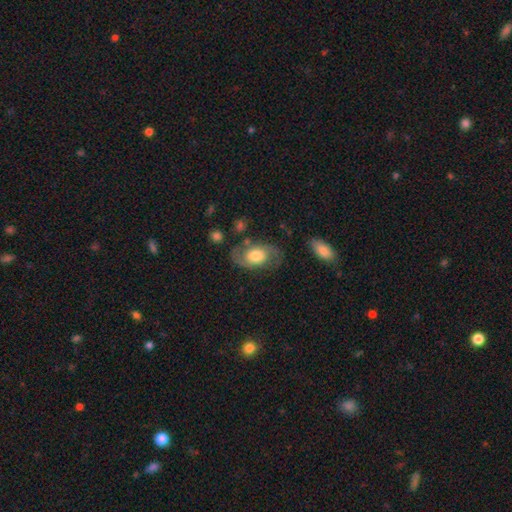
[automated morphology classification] Smooth or featured?
  - featured or disk: 68% *
  - smooth: 25%
  - star or artifact: 7%
Edge-on disk?
  - no: 96% *
  - yes: 4%
Bar?
  - no: 69% *
  - weak: 26%
  - strong: 6%
Spiral arms?
  - yes: 86% *
  - no: 14%
Spiral winding?
  - medium: 51% *
  - loose: 27%
  - tight: 22%
Spiral arm count?
  - 2: 89% *
  - can't tell: 5%
  - 1: 3%
  - 3: 1%
  - 4: 1%
  - more than 4: 1%
Bulge size?
  - large: 44% *
  - moderate: 42%
  - small: 7%
  - dominant: 5%
  - none: 2%
Merging?
  - none: 71% *
  - minor disturbance: 17%
  - major disturbance: 9%
  - merger: 3%